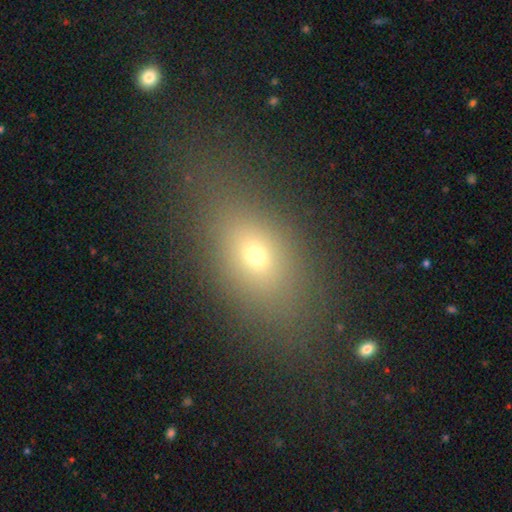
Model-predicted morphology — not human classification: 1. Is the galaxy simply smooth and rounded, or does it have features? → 64% smooth, 19% star or artifact, 18% featured or disk.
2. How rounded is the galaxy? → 72% in between, 17% round, 11% cigar-shaped.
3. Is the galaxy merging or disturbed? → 77% none, 13% minor disturbance, 7% major disturbance, 3% merger.